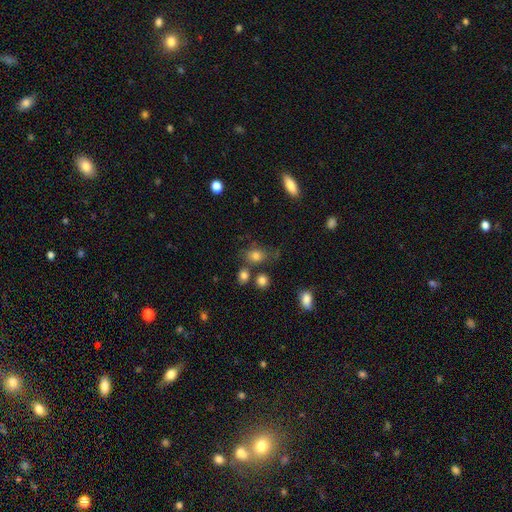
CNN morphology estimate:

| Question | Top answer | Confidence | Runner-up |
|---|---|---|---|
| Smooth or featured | smooth | 79% | star or artifact (13%) |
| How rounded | in between | 59% | round (39%) |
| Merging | none | 62% | minor disturbance (19%) |